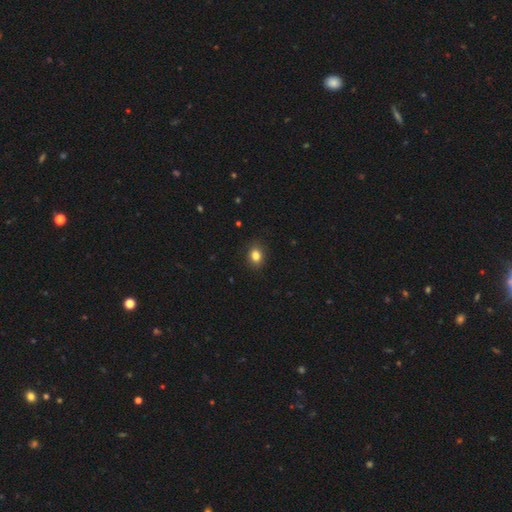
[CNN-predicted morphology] Overall: smooth (83%). How rounded: in between (53%; round 46%). Merging: none (88%).